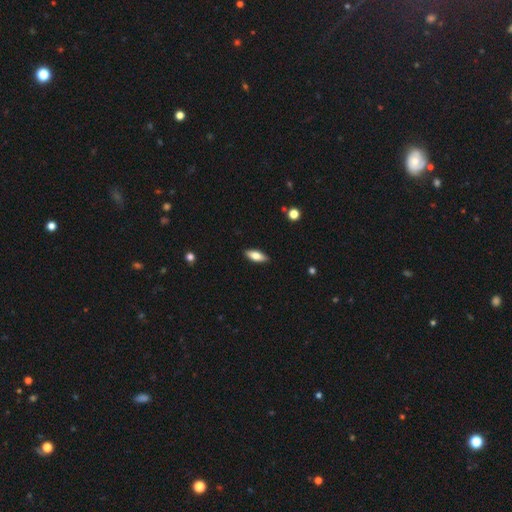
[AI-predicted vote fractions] Smooth or featured?
  - smooth: 76% *
  - featured or disk: 17%
  - star or artifact: 6%
How rounded?
  - in between: 76% *
  - cigar-shaped: 21%
  - round: 2%
Merging?
  - none: 89% *
  - minor disturbance: 8%
  - major disturbance: 2%
  - merger: 1%